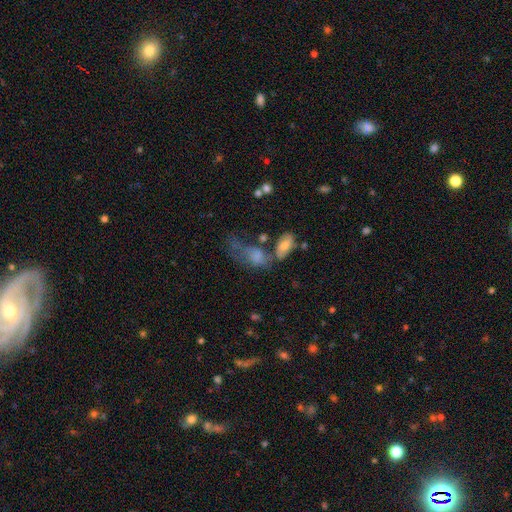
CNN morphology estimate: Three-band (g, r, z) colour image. It shows a smooth galaxy with no disk features (69%) that is in between round and cigar-shaped (84%). Merging: major disturbance (38%).